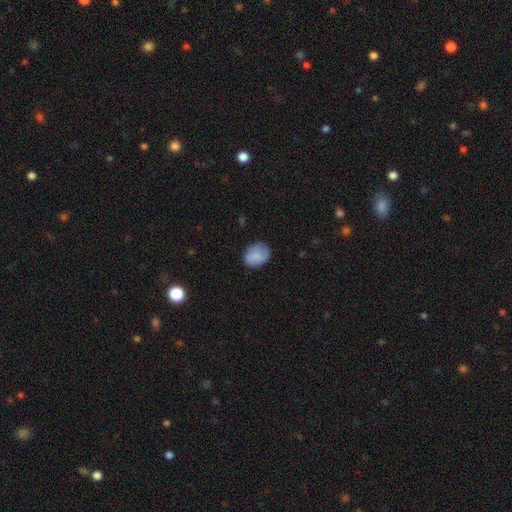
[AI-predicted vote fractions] Smooth or featured? Predicted: smooth (p=0.80). How rounded? Predicted: round (p=0.50). Merging? Predicted: none (p=0.77).